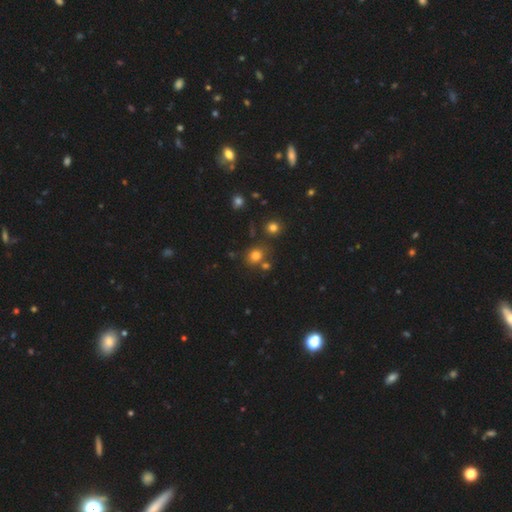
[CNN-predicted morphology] The model was most divided on "how rounded": round: 72%, in between: 27%, cigar-shaped: 1%. More confident: smooth or featured — smooth (75%); merging — none (69%).